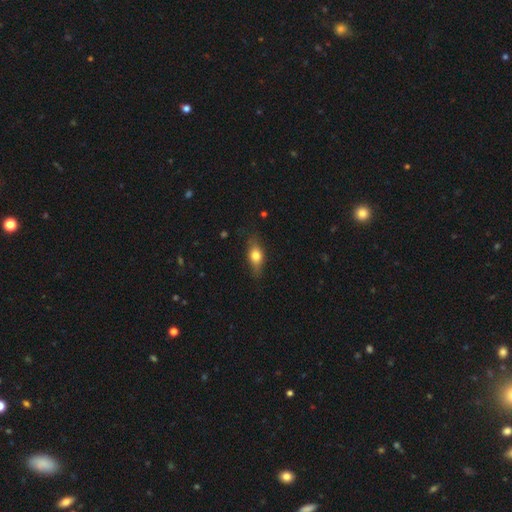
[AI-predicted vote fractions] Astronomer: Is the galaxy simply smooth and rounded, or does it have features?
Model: smooth — 67%.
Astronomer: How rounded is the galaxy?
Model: in between — 70%.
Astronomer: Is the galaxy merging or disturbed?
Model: none — 77%.